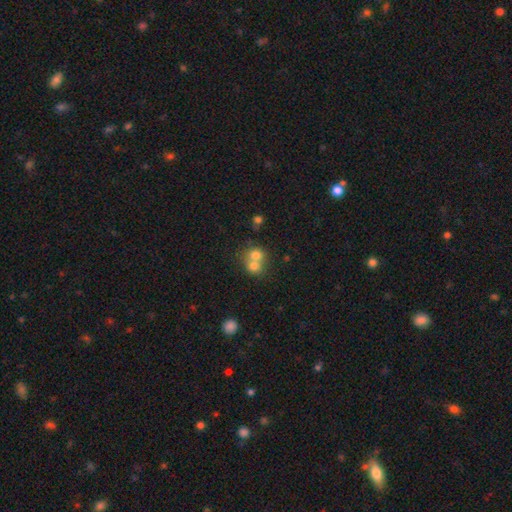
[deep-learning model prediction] The model was most divided on "merging": merger: 66%, none: 27%, minor disturbance: 5%, major disturbance: 2%. More confident: how rounded — round (77%); smooth or featured — smooth (71%).